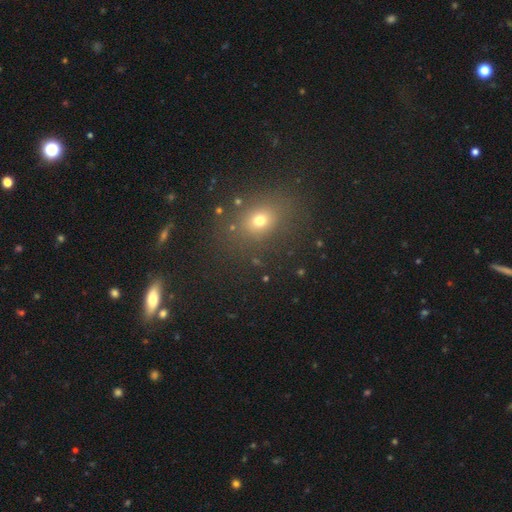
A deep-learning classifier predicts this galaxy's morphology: Smooth or featured? smooth (55%)
How rounded? round (54%)
Merging? none (84%)